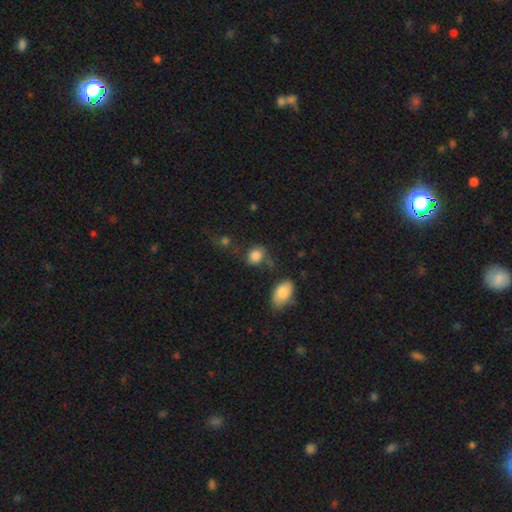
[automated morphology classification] Smooth or featured: smooth — 83% (star or artifact — 10%)
How rounded: round — 58% (in between — 40%)
Merging: none — 58% (minor disturbance — 22%)